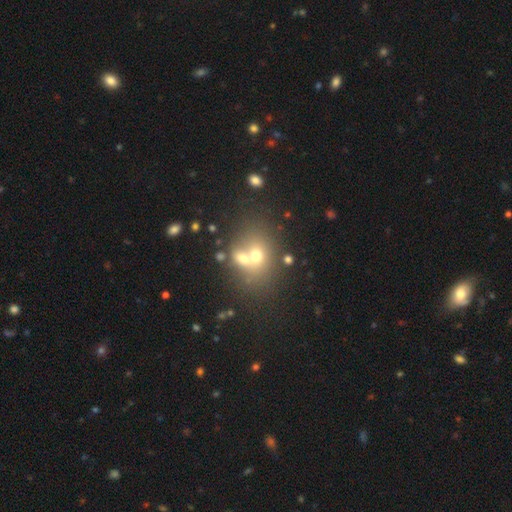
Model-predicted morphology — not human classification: The model was most divided on "how rounded": round: 51%, in between: 48%, cigar-shaped: 1%. More confident: smooth or featured — smooth (61%); merging — merger (54%).